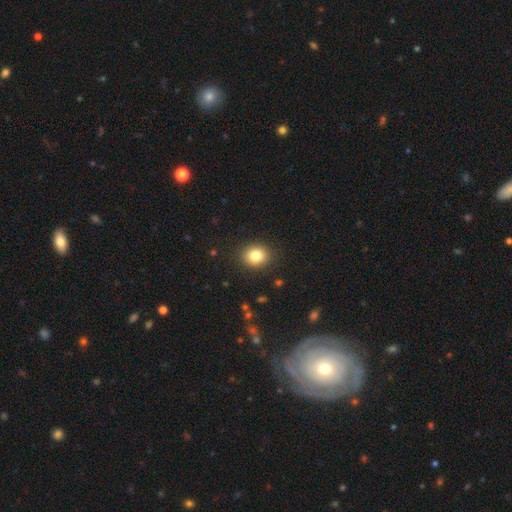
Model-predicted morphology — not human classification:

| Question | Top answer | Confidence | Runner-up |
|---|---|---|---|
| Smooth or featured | smooth | 82% | star or artifact (10%) |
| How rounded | round | 68% | in between (31%) |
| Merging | none | 89% | minor disturbance (8%) |